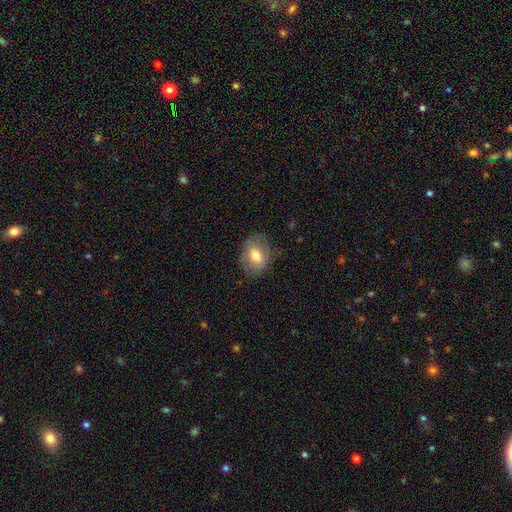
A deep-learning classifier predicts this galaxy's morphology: smooth_or_featured: smooth (p=0.63) [alt: featured or disk p=0.29]
how_rounded: in between (p=0.60) [alt: round p=0.39]
merging: none (p=0.72) [alt: minor disturbance p=0.20]